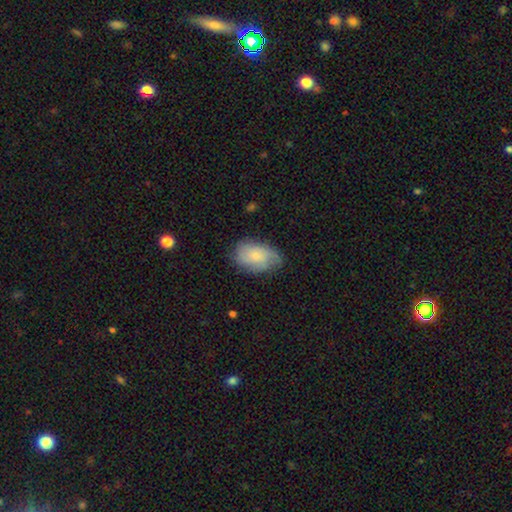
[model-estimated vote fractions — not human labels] This appears to be a smooth galaxy with no disk features (56%) that is in between round and cigar-shaped (88%). Merging: none (67%).